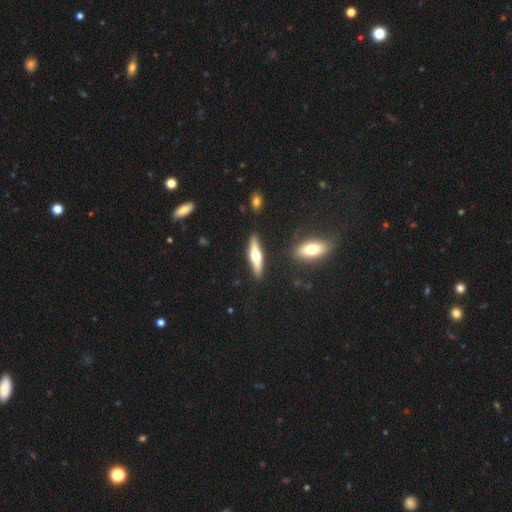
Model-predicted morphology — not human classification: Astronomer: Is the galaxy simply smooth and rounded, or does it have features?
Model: featured or disk — 56% (runner-up: smooth, 39%).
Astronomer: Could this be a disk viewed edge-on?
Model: yes — 94%.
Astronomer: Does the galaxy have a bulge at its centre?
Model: rounded — 94%.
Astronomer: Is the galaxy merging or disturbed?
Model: none — 86%.